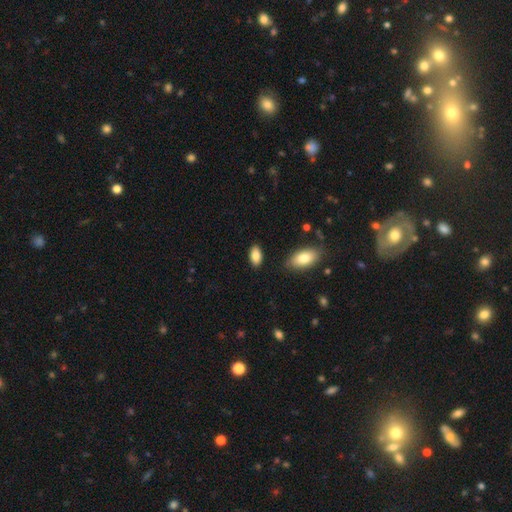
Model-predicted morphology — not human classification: Smooth or featured? Predicted: smooth (p=0.85). How rounded? Predicted: in between (p=0.93). Merging? Predicted: none (p=0.85).